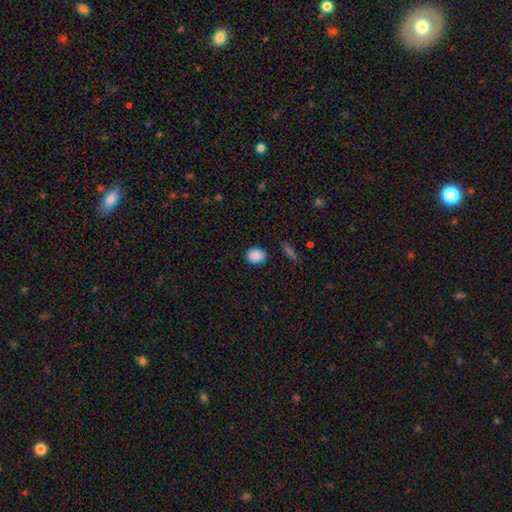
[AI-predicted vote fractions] Smooth or featured? smooth (88%)
How rounded? in between (50%)
Merging? none (86%)